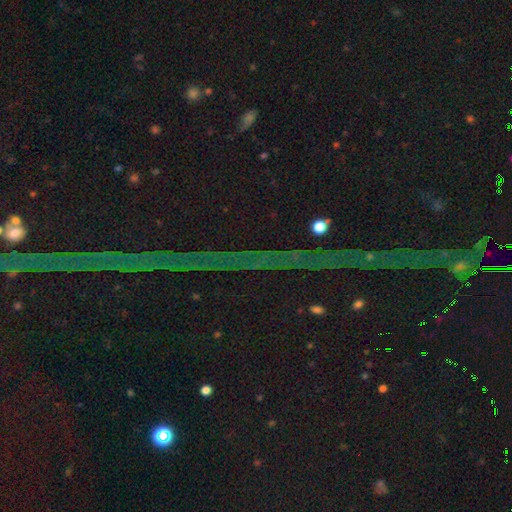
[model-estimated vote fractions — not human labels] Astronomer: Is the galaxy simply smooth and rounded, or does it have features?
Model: star or artifact — 83%.